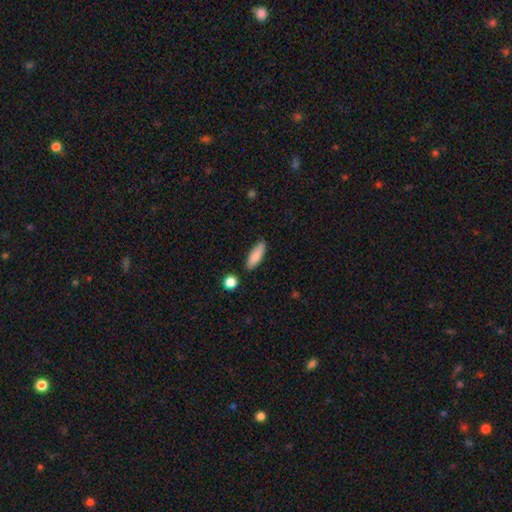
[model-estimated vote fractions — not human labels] A smooth galaxy with no disk features (86%) that is cigar-shaped (49%, tied with in between).

Vote fractions:
- Smooth or featured? smooth: 86% / featured or disk: 8% / star or artifact: 6%
- How rounded? cigar-shaped: 49% (tied) / in between: 49% (tied) / round: 2%
- Merging? none: 85% / minor disturbance: 10% / merger: 3% / major disturbance: 2%